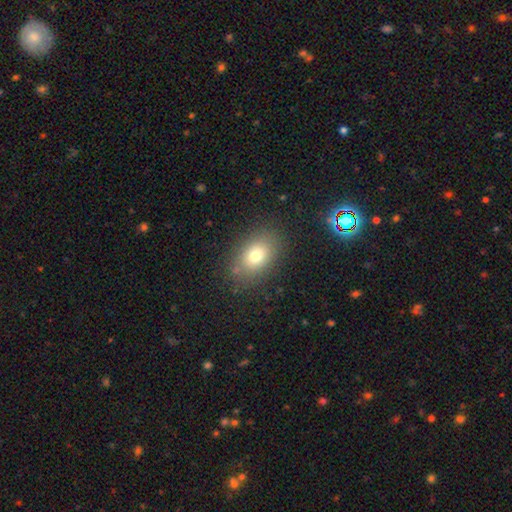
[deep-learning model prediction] smooth-or-featured: smooth: 76% | featured or disk: 13% | star or artifact: 12%
  how-rounded: in between: 80% | round: 19% | cigar-shaped: 2%
  merging: none: 82% | minor disturbance: 12% | major disturbance: 4% | merger: 2%